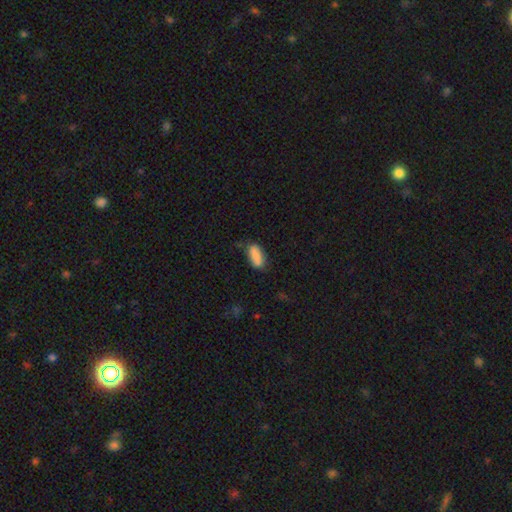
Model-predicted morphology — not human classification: smooth_or_featured: smooth (p=0.86) [alt: star or artifact p=0.07]
how_rounded: in between (p=0.78) [alt: cigar-shaped p=0.19]
merging: none (p=0.66) [alt: minor disturbance p=0.24]